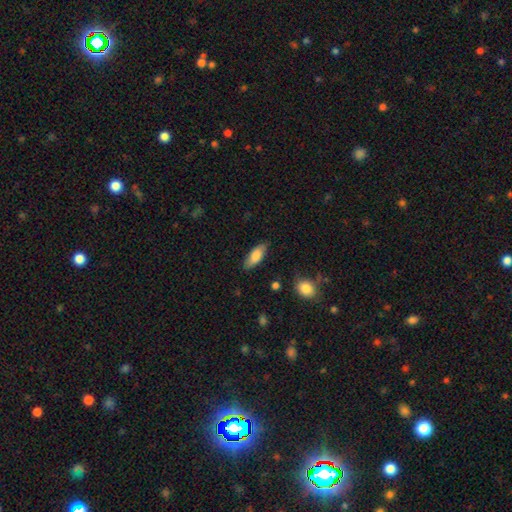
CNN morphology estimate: Smooth or featured: smooth — 79% (featured or disk — 14%)
How rounded: in between — 76% (cigar-shaped — 22%)
Merging: none — 81% (minor disturbance — 14%)